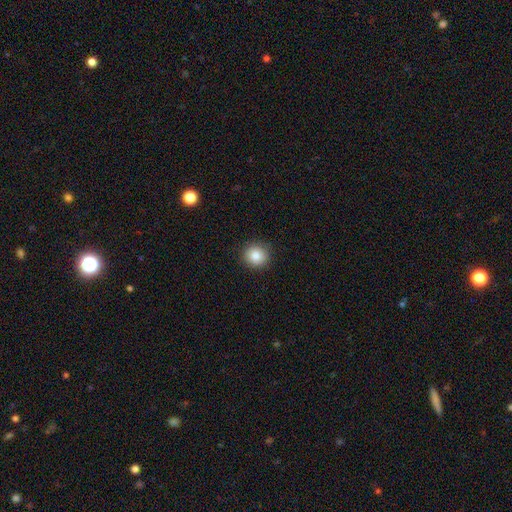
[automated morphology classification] Smooth or featured? Predicted: smooth (p=0.83). How rounded? Predicted: round (p=0.90). Merging? Predicted: none (p=0.91).